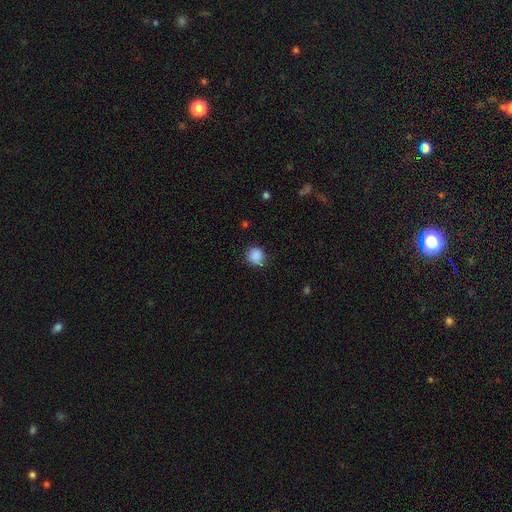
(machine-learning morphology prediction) Smooth or featured?
  - smooth: 88% *
  - star or artifact: 9%
  - featured or disk: 3%
How rounded?
  - round: 88% *
  - in between: 11%
  - cigar-shaped: 1%
Merging?
  - none: 84% *
  - minor disturbance: 12%
  - major disturbance: 3%
  - merger: 1%